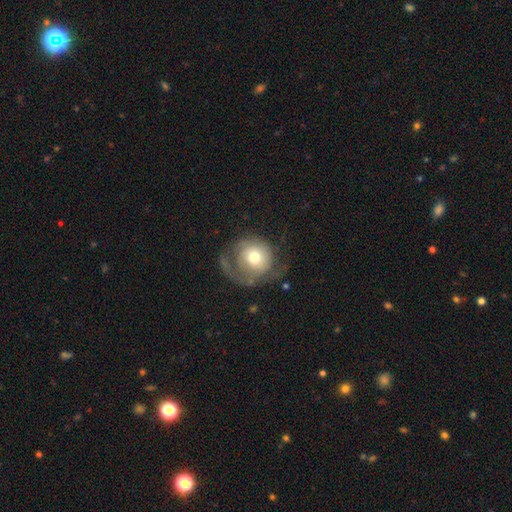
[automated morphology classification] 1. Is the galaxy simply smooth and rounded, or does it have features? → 52% smooth, 40% featured or disk, 8% star or artifact.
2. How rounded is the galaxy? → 85% round, 14% in between, 1% cigar-shaped.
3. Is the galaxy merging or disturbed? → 39% none, 35% major disturbance, 23% minor disturbance, 2% merger.